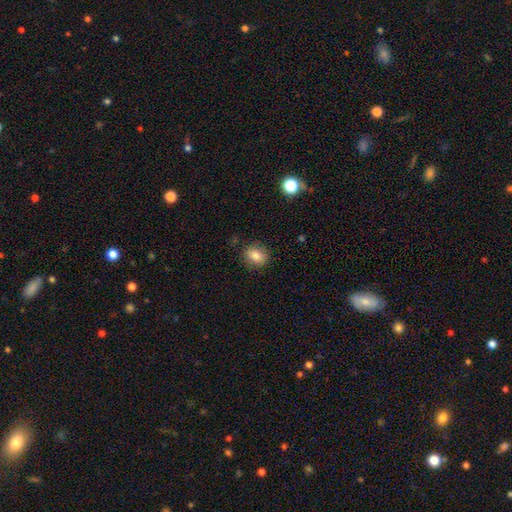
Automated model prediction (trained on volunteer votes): A smooth galaxy with no disk features (79%) that is round (62%).

Vote fractions:
- Smooth or featured? smooth: 79% / featured or disk: 11% / star or artifact: 10%
- How rounded? round: 62% / in between: 37% / cigar-shaped: 1%
- Merging? none: 84% / minor disturbance: 12% / major disturbance: 3% / merger: 1%